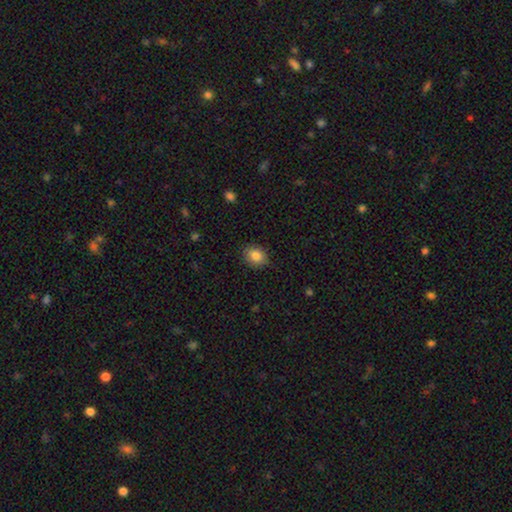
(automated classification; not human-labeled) A smooth galaxy with no disk features (85%) that is in between round and cigar-shaped (54%). Merging: none (83%).